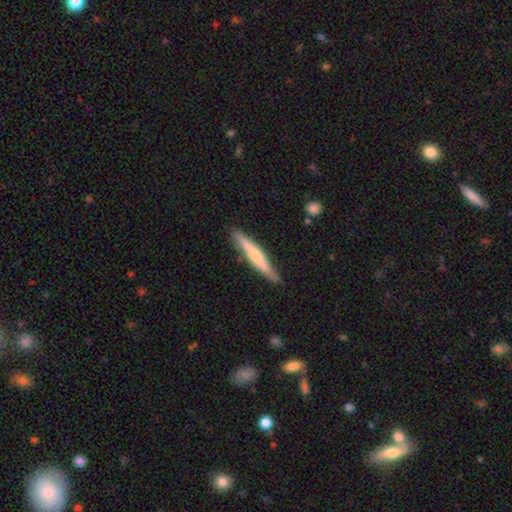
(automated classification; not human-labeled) Overall: smooth (48%; featured or disk 46%). Merging: none (86%).